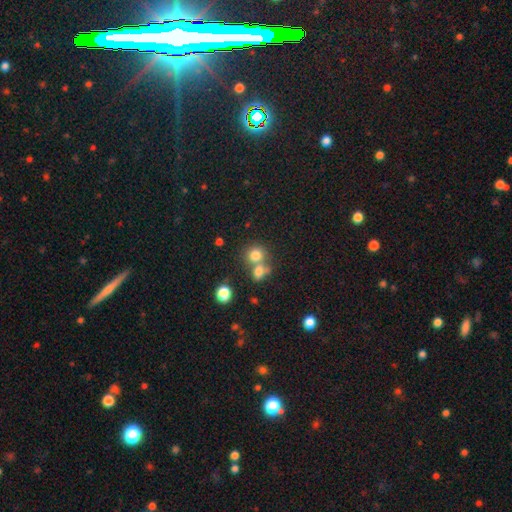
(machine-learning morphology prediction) A smooth galaxy with no disk features (78%) that is round (79%).

Vote fractions:
- Smooth or featured? smooth: 78% / star or artifact: 13% / featured or disk: 9%
- How rounded? round: 79% / in between: 20% / cigar-shaped: 1%
- Merging? none: 46% / merger: 42% / minor disturbance: 8% / major disturbance: 4%